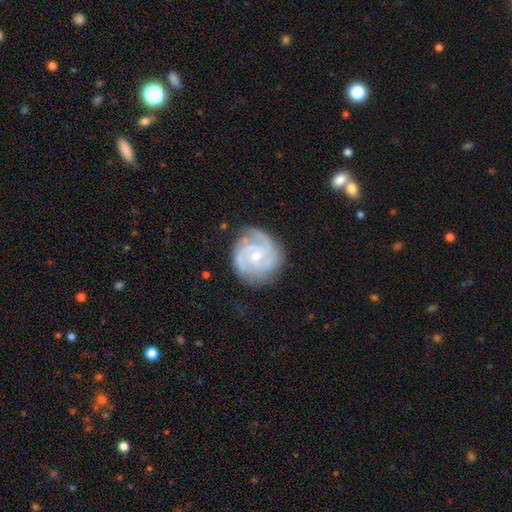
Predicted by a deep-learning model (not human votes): Smooth or featured?
  - featured or disk: 88% *
  - smooth: 7%
  - star or artifact: 5%
Edge-on disk?
  - no: 98% *
  - yes: 2%
Bar?
  - no: 66% *
  - weak: 28%
  - strong: 6%
Spiral arms?
  - yes: 98% *
  - no: 2%
Spiral winding?
  - tight: 64% *
  - medium: 31%
  - loose: 5%
Spiral arm count?
  - 3: 48% *
  - 2: 21%
  - can't tell: 12%
  - 4: 10%
  - 1: 4%
  - more than 4: 4%
Bulge size?
  - small: 63% *
  - moderate: 35%
  - none: 1%
  - large: 1%
  - dominant: 1%
Merging?
  - none: 78% *
  - minor disturbance: 16%
  - major disturbance: 5%
  - merger: 1%